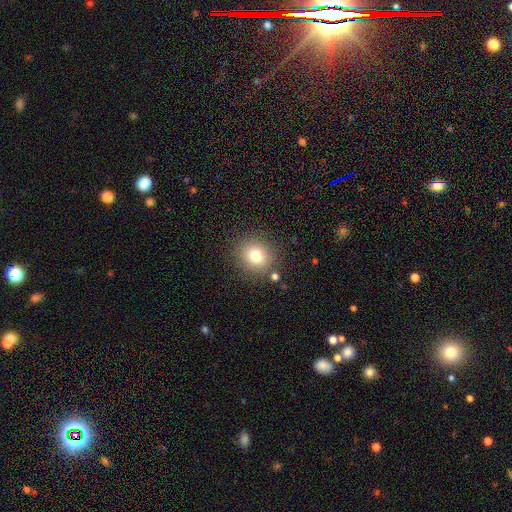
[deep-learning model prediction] This appears to be a smooth galaxy with no disk features (76%) that is round (83%). Merging: none (85%).